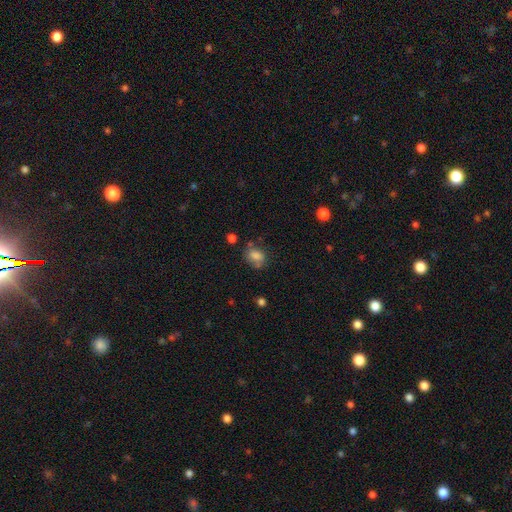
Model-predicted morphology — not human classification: This appears to be a smooth galaxy with no disk features (77%) that is in between round and cigar-shaped (60%). Merging: none (54%).